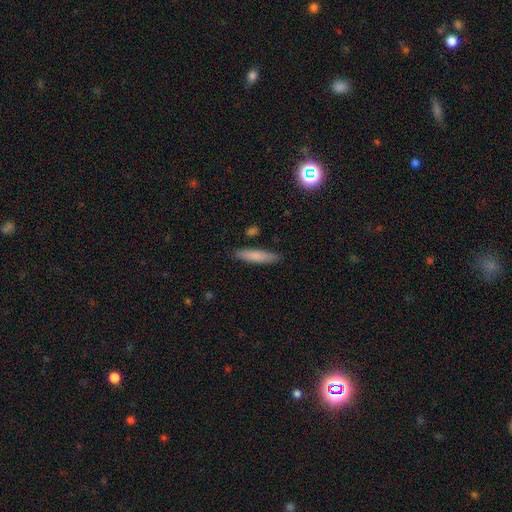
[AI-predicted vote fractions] Smooth or featured: smooth — 80% (featured or disk — 13%)
How rounded: cigar-shaped — 81% (in between — 18%)
Merging: none — 86% (minor disturbance — 10%)